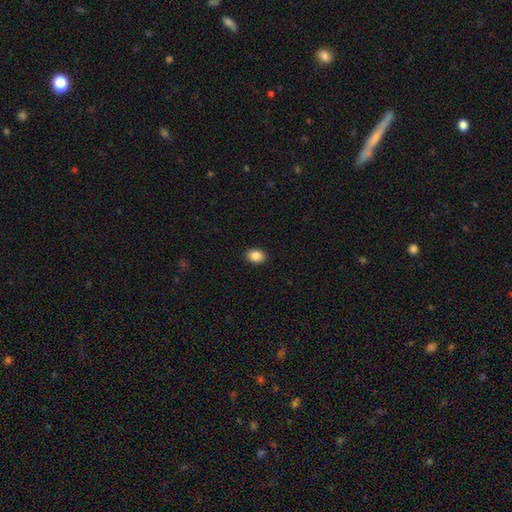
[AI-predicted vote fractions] Overall: smooth (88%). How rounded: in between (67%; round 32%). Merging: none (91%).